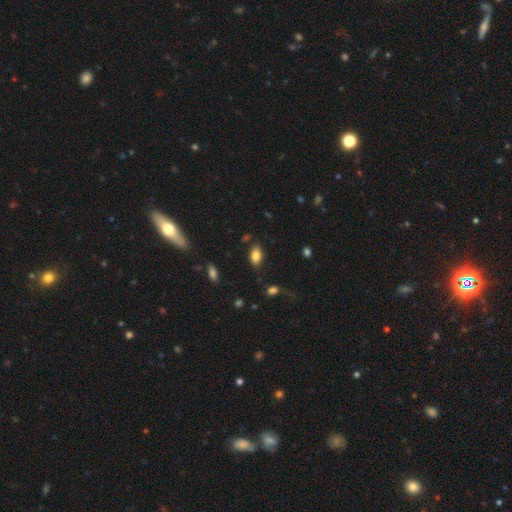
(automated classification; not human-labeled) Smooth or featured? Predicted: smooth (p=0.83). How rounded? Predicted: in between (p=0.90). Merging? Predicted: none (p=0.79).